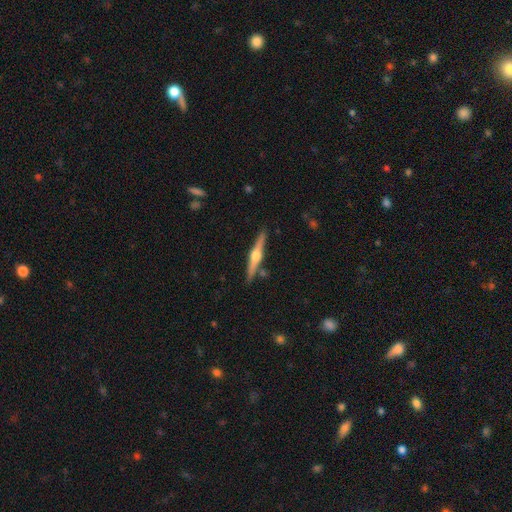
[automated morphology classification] Q: Smooth or featured?
A: featured or disk (74%); runner-up: smooth (20%)
Q: Edge-on disk?
A: yes (98%); runner-up: no (2%)
Q: Edge-on bulge?
A: rounded (95%); runner-up: boxy (3%)
Q: Merging?
A: none (86%); runner-up: minor disturbance (9%)